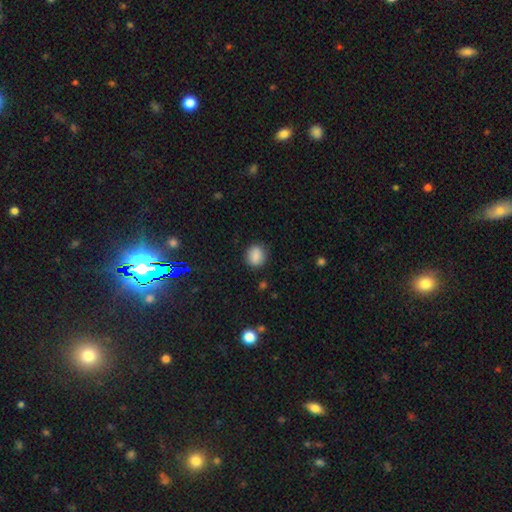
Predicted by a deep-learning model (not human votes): Smooth or featured? smooth (85%)
How rounded? round (65%)
Merging? none (83%)